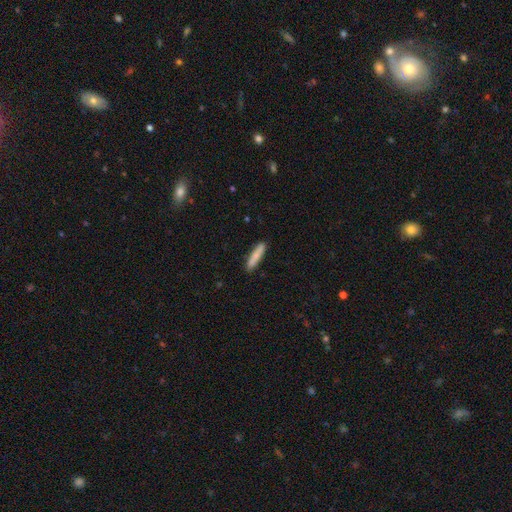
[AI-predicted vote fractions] This appears to be a smooth galaxy with no disk features (80%) that is cigar-shaped (87%). Merging: none (88%).